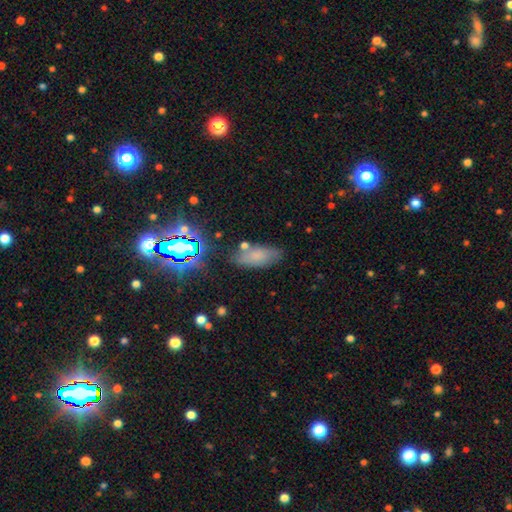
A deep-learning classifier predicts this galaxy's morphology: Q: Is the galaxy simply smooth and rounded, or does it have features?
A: smooth — 66%.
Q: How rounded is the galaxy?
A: in between — 86%.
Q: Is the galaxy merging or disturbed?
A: none — 73%.